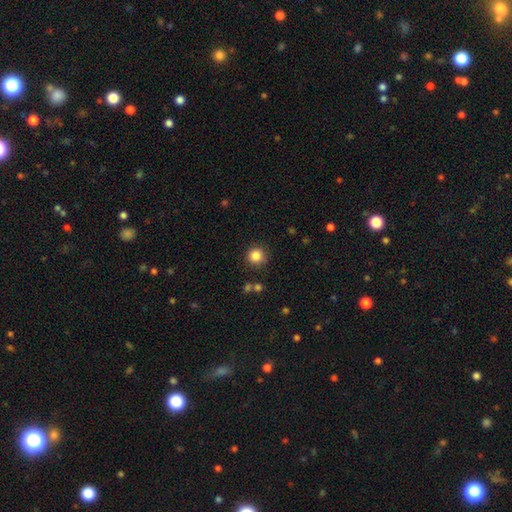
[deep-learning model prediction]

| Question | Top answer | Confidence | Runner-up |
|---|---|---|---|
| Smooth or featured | smooth | 85% | star or artifact (11%) |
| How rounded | round | 93% | in between (6%) |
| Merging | none | 85% | minor disturbance (9%) |